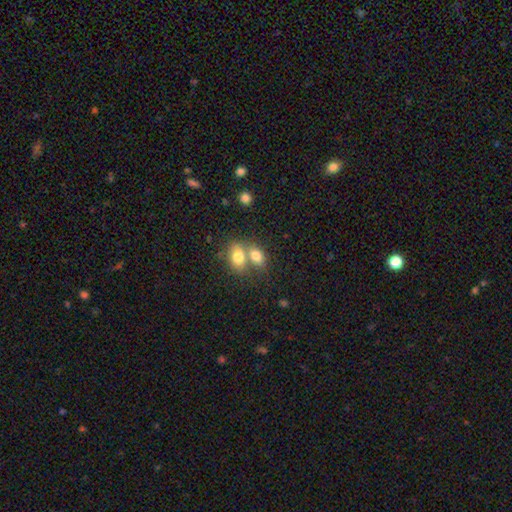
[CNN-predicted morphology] smooth-or-featured: smooth: 79% | featured or disk: 12% | star or artifact: 9%
  how-rounded: in between: 79% | round: 19% | cigar-shaped: 2%
  merging: merger: 62% | none: 28% | minor disturbance: 7% | major disturbance: 3%